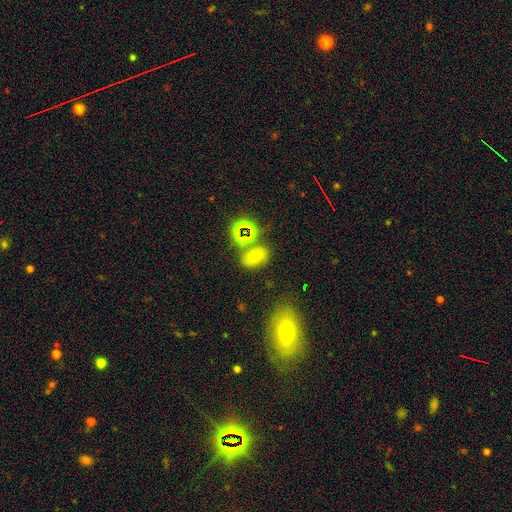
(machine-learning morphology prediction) Smooth or featured? smooth (65%)
How rounded? in between (80%)
Merging? none (66%)